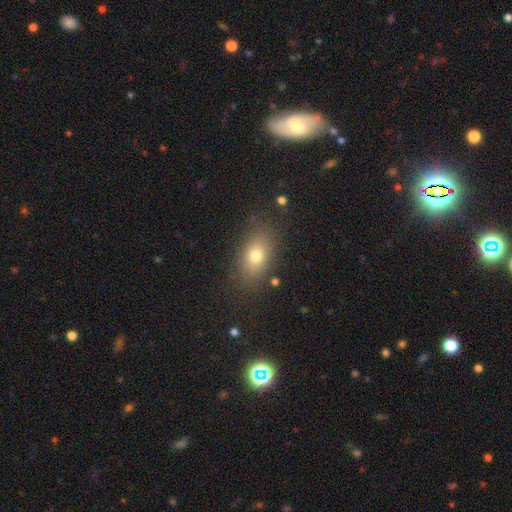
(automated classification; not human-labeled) smooth_or_featured: smooth (p=0.73) [alt: featured or disk p=0.15]
how_rounded: in between (p=0.82) [alt: round p=0.14]
merging: none (p=0.83) [alt: minor disturbance p=0.11]